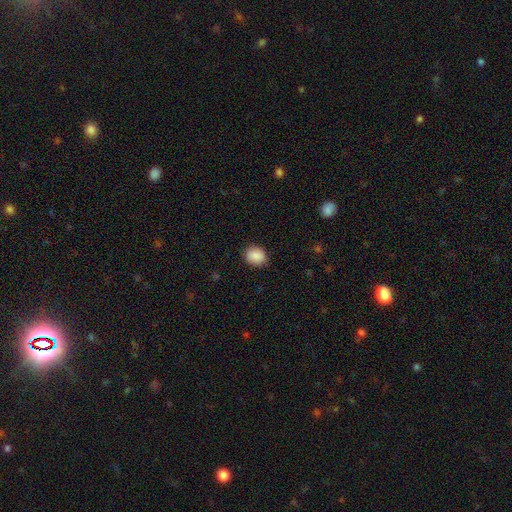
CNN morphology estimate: Smooth or featured?
  - smooth: 89% *
  - star or artifact: 7%
  - featured or disk: 3%
How rounded?
  - round: 52% *
  - in between: 47%
  - cigar-shaped: 1%
Merging?
  - none: 88% *
  - minor disturbance: 9%
  - major disturbance: 2%
  - merger: 1%